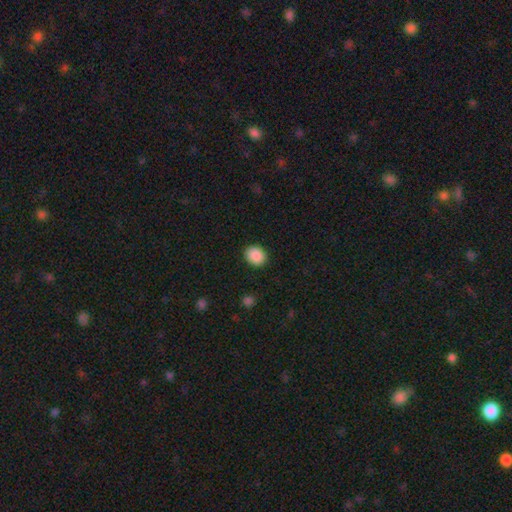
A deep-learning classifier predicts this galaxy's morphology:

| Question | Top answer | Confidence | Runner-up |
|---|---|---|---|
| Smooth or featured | smooth | 89% | star or artifact (8%) |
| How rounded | round | 66% | in between (33%) |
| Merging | none | 90% | minor disturbance (7%) |